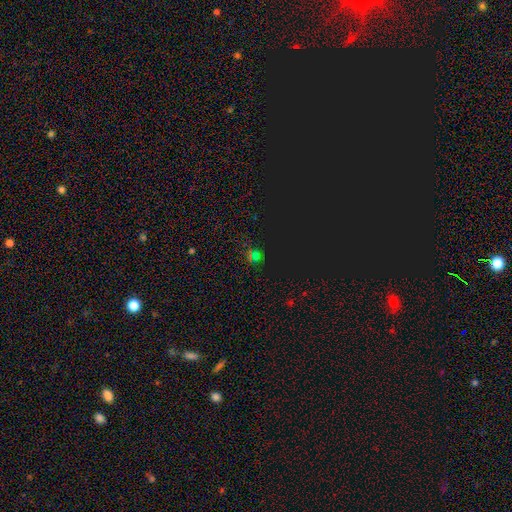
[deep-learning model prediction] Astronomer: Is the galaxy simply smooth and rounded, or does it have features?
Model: star or artifact — 65%.